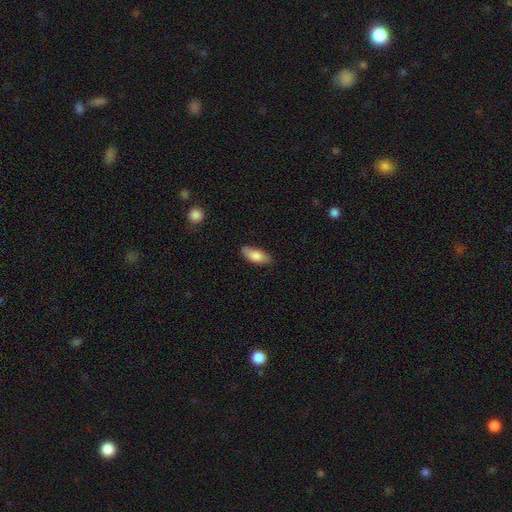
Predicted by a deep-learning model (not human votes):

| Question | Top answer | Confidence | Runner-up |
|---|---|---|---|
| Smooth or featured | smooth | 80% | featured or disk (14%) |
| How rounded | in between | 76% | cigar-shaped (22%) |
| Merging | none | 79% | minor disturbance (17%) |